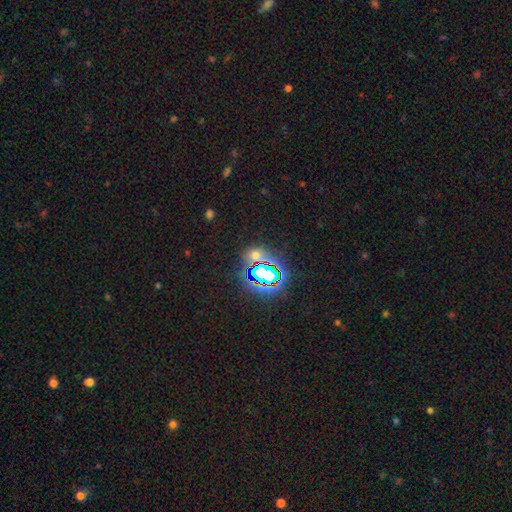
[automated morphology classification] Smooth or featured?
  - star or artifact: 58% *
  - smooth: 33%
  - featured or disk: 9%